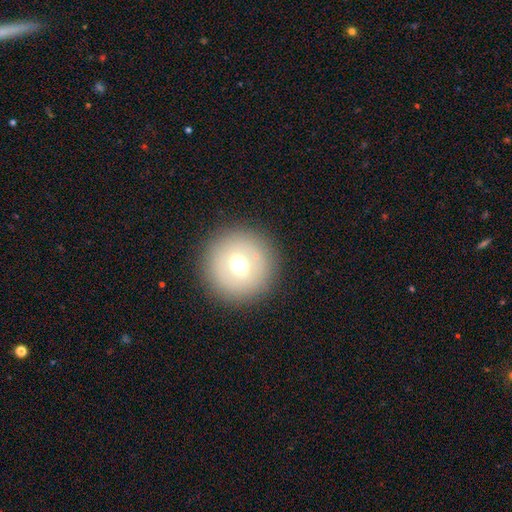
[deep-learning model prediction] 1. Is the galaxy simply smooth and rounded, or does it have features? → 63% smooth, 22% featured or disk, 14% star or artifact.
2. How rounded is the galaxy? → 96% round, 3% in between, 1% cigar-shaped.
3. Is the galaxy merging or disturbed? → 88% none, 6% minor disturbance, 3% major disturbance, 2% merger.